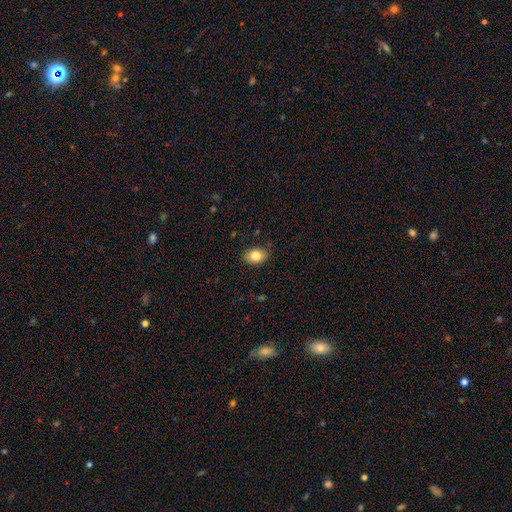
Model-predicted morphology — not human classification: A smooth galaxy with no disk features (83%) that is in between round and cigar-shaped (78%). Merging: none (85%).